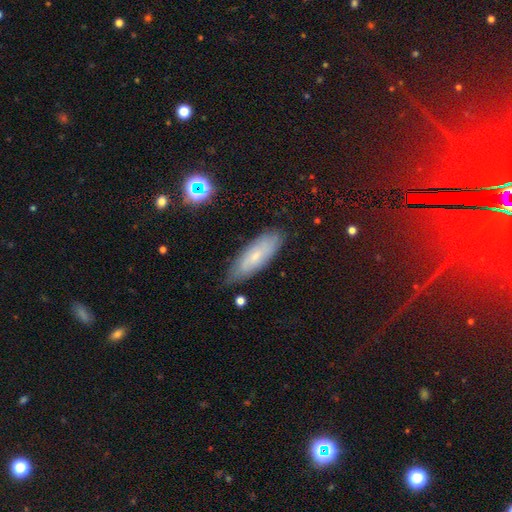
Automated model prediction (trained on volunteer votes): Smooth or featured?
  - smooth: 58% *
  - featured or disk: 32%
  - star or artifact: 9%
How rounded?
  - in between: 58% *
  - cigar-shaped: 39%
  - round: 2%
Merging?
  - none: 75% *
  - minor disturbance: 19%
  - major disturbance: 4%
  - merger: 2%